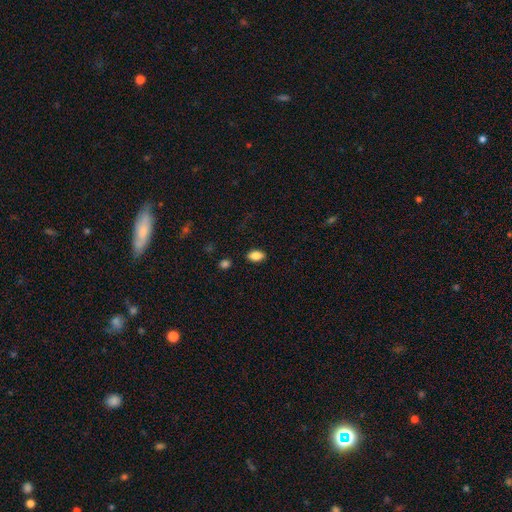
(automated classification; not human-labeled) smooth-or-featured: smooth: 86% | star or artifact: 8% | featured or disk: 6%
  how-rounded: in between: 90% | round: 7% | cigar-shaped: 3%
  merging: none: 87% | minor disturbance: 9% | major disturbance: 2% | merger: 1%